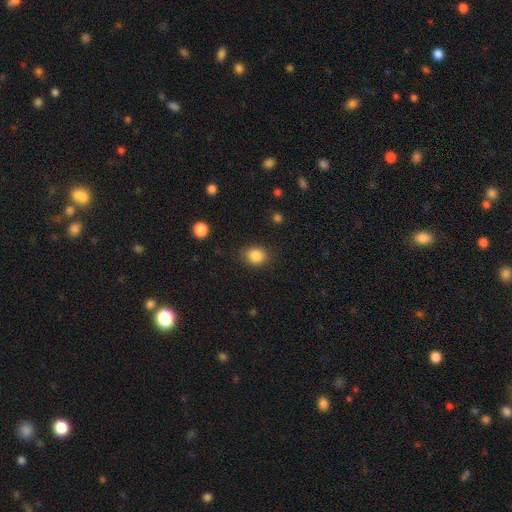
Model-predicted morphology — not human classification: The model was most divided on "how rounded": round: 65%, in between: 34%, cigar-shaped: 1%. More confident: smooth or featured — smooth (86%); merging — none (82%).